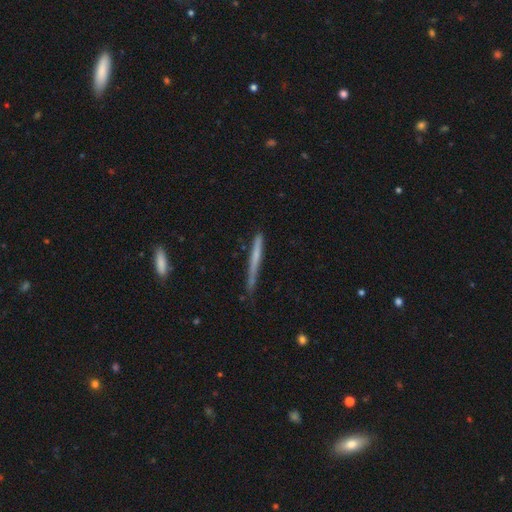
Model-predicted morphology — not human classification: smooth 56%, featured or disk 37%, star or artifact 7%. Down the decision tree: how rounded — cigar-shaped (97%); merging — none (70%).